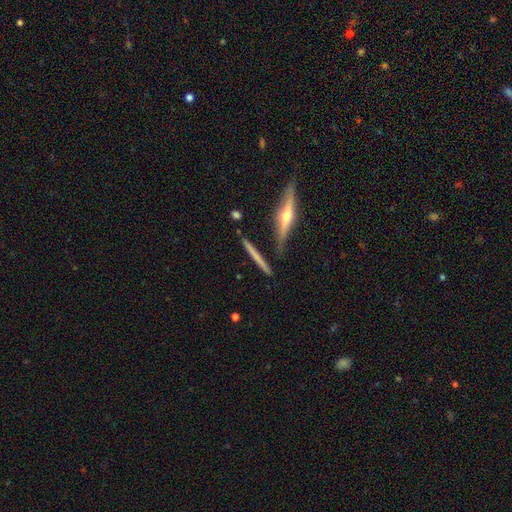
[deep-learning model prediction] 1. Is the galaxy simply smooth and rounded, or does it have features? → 52% featured or disk, 40% smooth, 8% star or artifact.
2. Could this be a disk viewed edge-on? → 96% yes, 4% no.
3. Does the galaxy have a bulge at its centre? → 53% none, 39% rounded, 7% boxy.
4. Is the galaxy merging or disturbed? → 83% none, 10% minor disturbance, 5% merger, 2% major disturbance.